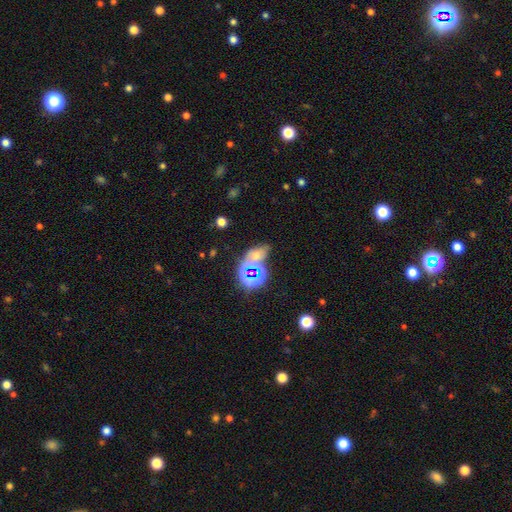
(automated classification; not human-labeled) Smooth or featured? Predicted: star or artifact (p=0.55).